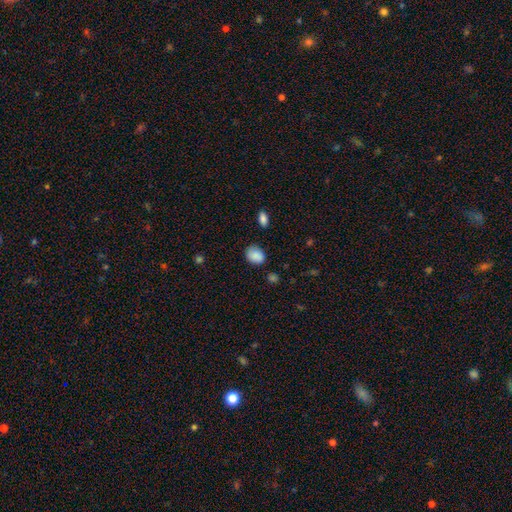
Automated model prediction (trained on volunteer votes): Morphology: type=smooth (87%); roundness=in between (52%); merging=none (70%).